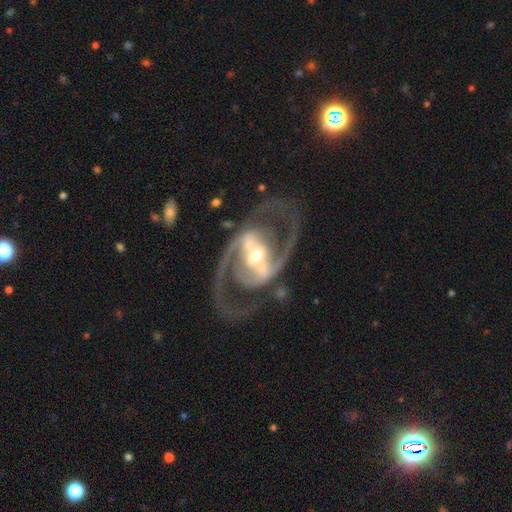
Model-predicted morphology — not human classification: Smooth or featured?
  - featured or disk: 92% *
  - star or artifact: 4%
  - smooth: 4%
Edge-on disk?
  - no: 96% *
  - yes: 4%
Bar?
  - strong: 71% *
  - weak: 22%
  - no: 7%
Spiral arms?
  - yes: 95% *
  - no: 5%
Spiral winding?
  - medium: 61% *
  - tight: 23%
  - loose: 15%
Spiral arm count?
  - 2: 93% *
  - can't tell: 3%
  - 3: 1%
  - 1: 1%
  - 4: 1%
  - more than 4: 1%
Bulge size?
  - moderate: 60% *
  - small: 26%
  - large: 11%
  - none: 1%
  - dominant: 1%
Merging?
  - none: 76% *
  - minor disturbance: 12%
  - major disturbance: 10%
  - merger: 2%